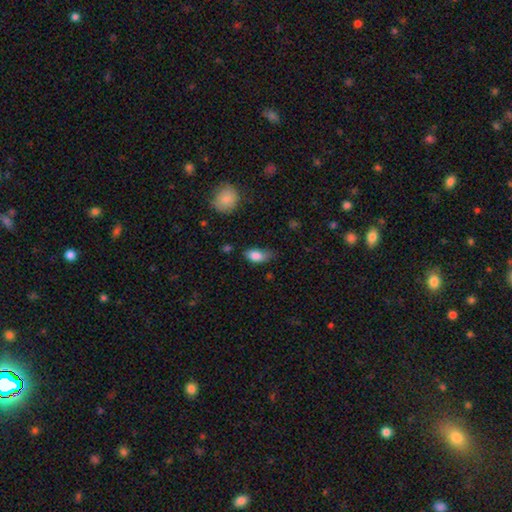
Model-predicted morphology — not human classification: The model was most divided on "merging": none: 45%, minor disturbance: 40%, major disturbance: 12%, merger: 3%. More confident: how rounded — in between (88%); smooth or featured — smooth (83%).